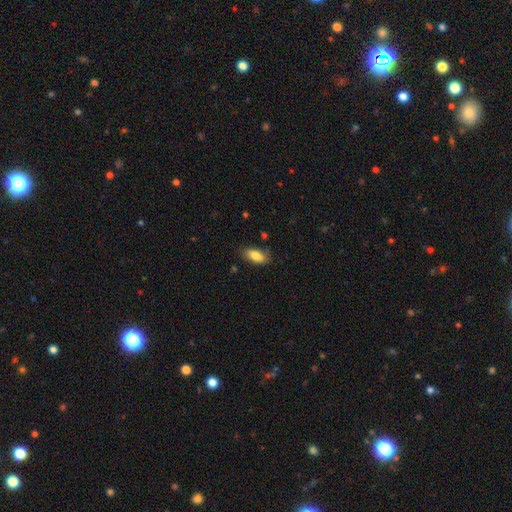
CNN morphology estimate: Q: Smooth or featured?
A: smooth (82%); runner-up: featured or disk (11%)
Q: How rounded?
A: in between (86%); runner-up: cigar-shaped (12%)
Q: Merging?
A: none (75%); runner-up: minor disturbance (19%)